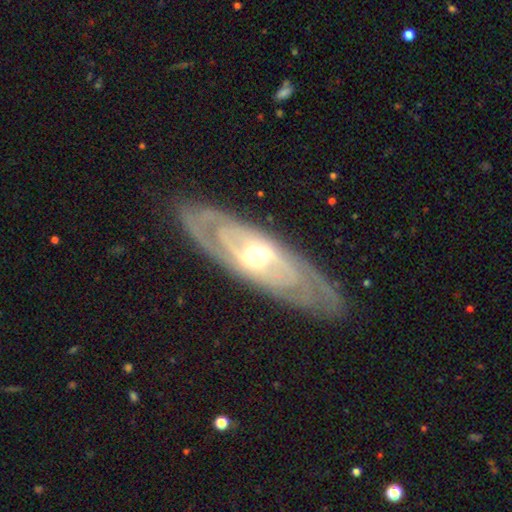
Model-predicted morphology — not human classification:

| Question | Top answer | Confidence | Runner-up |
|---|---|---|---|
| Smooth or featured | featured or disk | 84% | smooth (12%) |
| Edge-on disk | no | 79% | yes (21%) |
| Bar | no | 47% | weak (34%) |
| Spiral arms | yes | 79% | no (21%) |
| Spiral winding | tight | 62% | medium (28%) |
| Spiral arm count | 2 | 43% | can't tell (39%) |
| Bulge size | moderate | 70% | small (18%) |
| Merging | none | 82% | minor disturbance (13%) |